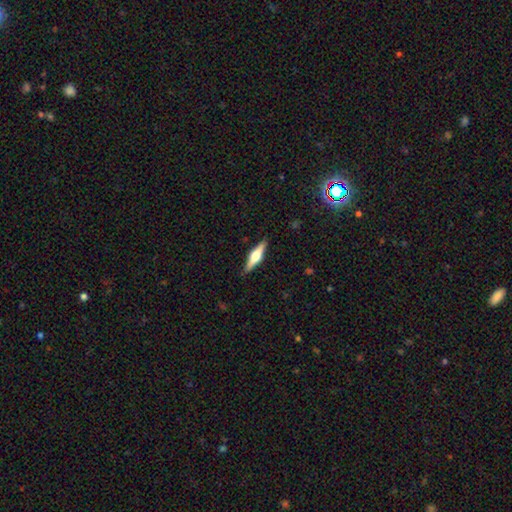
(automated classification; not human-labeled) This appears to be a featured or disk galaxy (64%) viewed edge-on (97%) with a rounded central bulge (90%). Merging: none (89%).